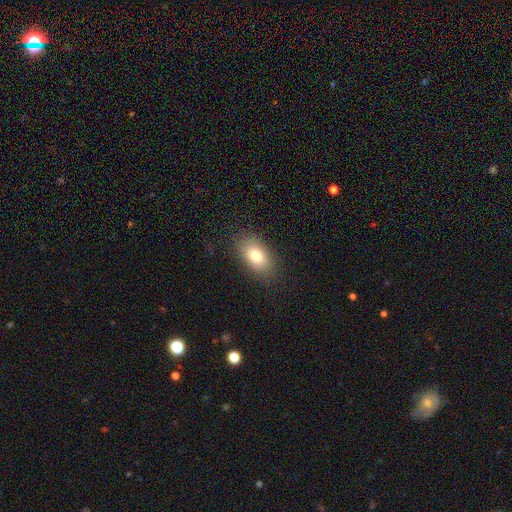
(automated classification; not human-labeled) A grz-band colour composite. It shows a smooth galaxy with no disk features (79%) that is in between round and cigar-shaped (90%). Merging: none (85%).